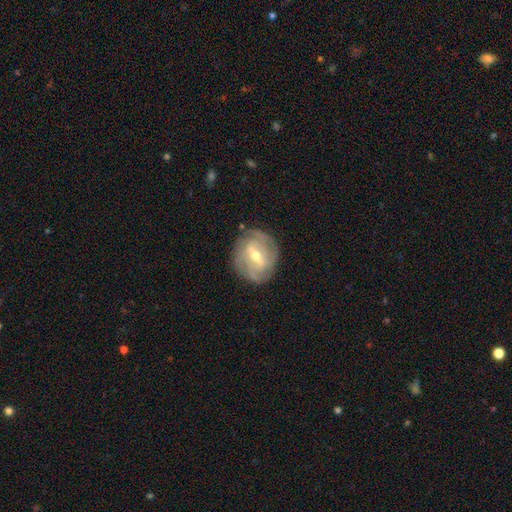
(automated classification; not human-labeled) Smooth or featured? featured or disk (82%)
Edge-on disk? no (96%)
Bar? weak (44%)
Spiral arms? yes (88%)
Spiral winding? tight (59%)
Spiral arm count? 2 (31%, tied with can't tell)
Bulge size? moderate (59%)
Merging? none (78%)